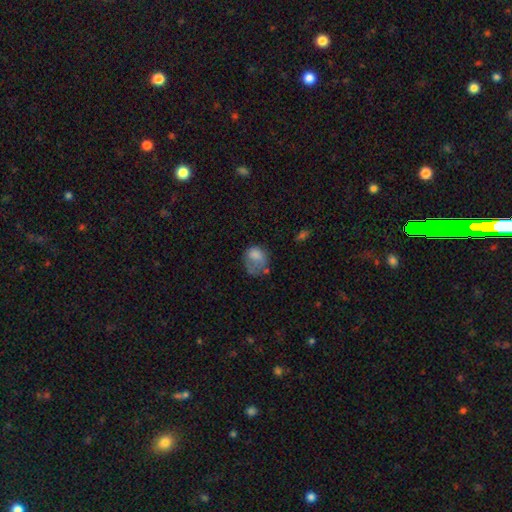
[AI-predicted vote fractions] A smooth galaxy with no disk features (72%) that is round (56%). Merging: major disturbance (35%).